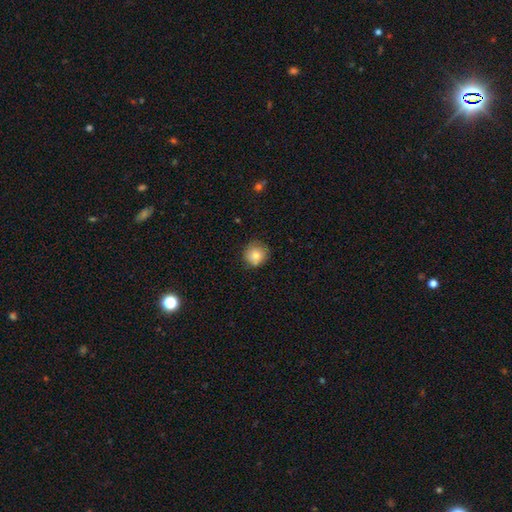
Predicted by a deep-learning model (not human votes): Q: Smooth or featured?
A: smooth (78%); runner-up: featured or disk (13%)
Q: How rounded?
A: round (91%); runner-up: in between (8%)
Q: Merging?
A: none (78%); runner-up: minor disturbance (17%)